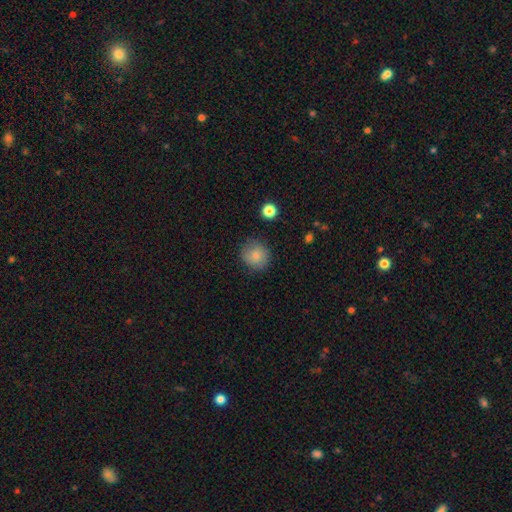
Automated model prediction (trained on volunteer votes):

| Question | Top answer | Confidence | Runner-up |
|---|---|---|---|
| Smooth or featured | smooth | 83% | star or artifact (9%) |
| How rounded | round | 88% | in between (11%) |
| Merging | none | 83% | minor disturbance (12%) |